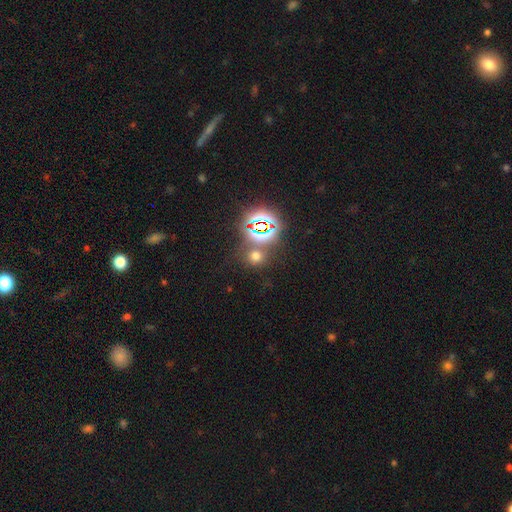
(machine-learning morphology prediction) Smooth or featured? smooth (51%)
How rounded? round (80%)
Merging? none (72%)